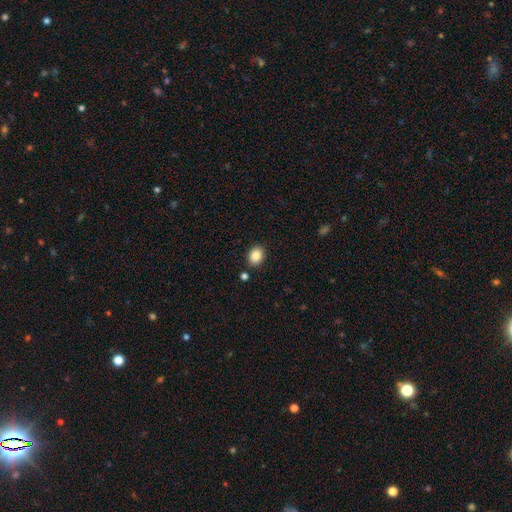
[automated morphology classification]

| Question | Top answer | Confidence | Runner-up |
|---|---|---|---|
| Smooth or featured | smooth | 88% | star or artifact (8%) |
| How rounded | in between | 56% | round (43%) |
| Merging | none | 87% | minor disturbance (8%) |